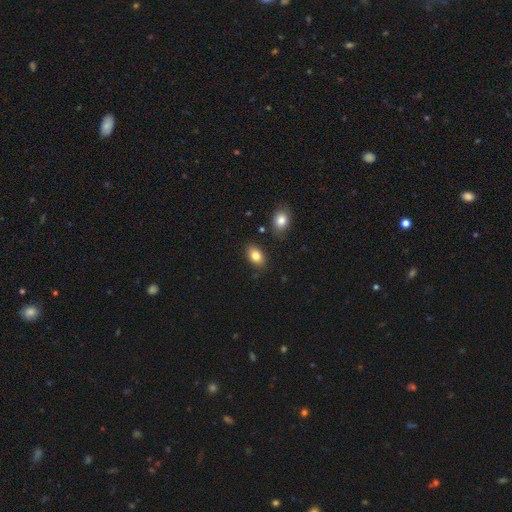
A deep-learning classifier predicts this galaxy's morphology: A smooth galaxy with no disk features (82%) that is in between round and cigar-shaped (87%). Merging: none (83%).